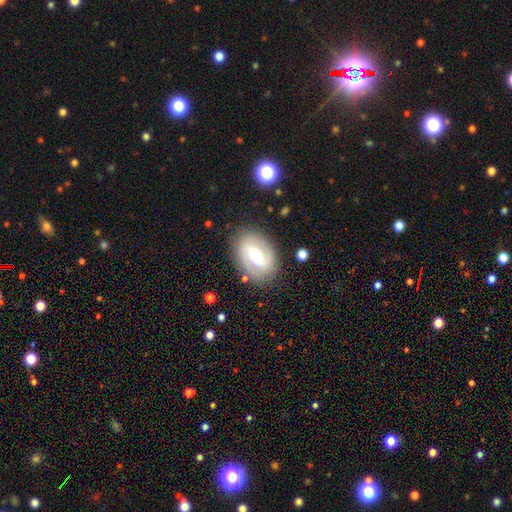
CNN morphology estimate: This appears to be a featured or disk galaxy (74%) with a weak bar (46%), 2 (84%) medium (46%) spiral arms (82%) and a moderate central bulge (67%). Merging: none (81%).